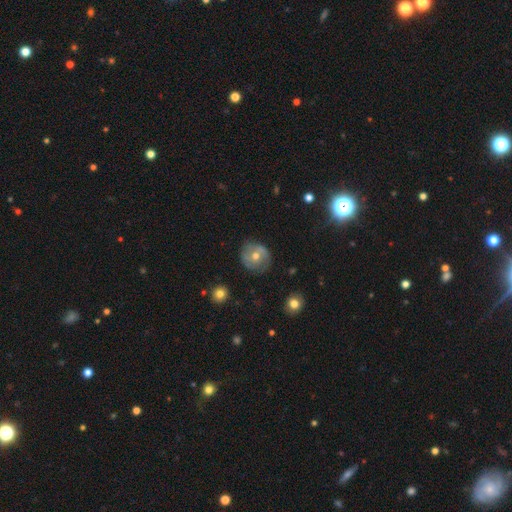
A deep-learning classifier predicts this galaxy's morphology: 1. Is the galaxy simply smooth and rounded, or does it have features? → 48% featured or disk, 40% smooth, 11% star or artifact.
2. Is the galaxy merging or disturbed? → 76% none, 17% minor disturbance, 5% major disturbance, 2% merger.